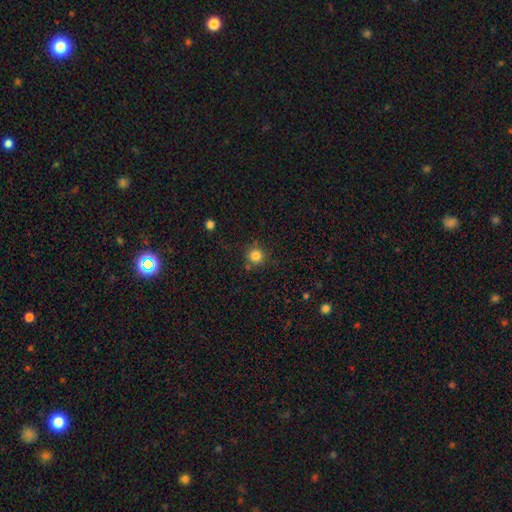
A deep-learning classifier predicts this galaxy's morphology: This appears to be a smooth galaxy with no disk features (83%) that is round (93%). Merging: none (81%).